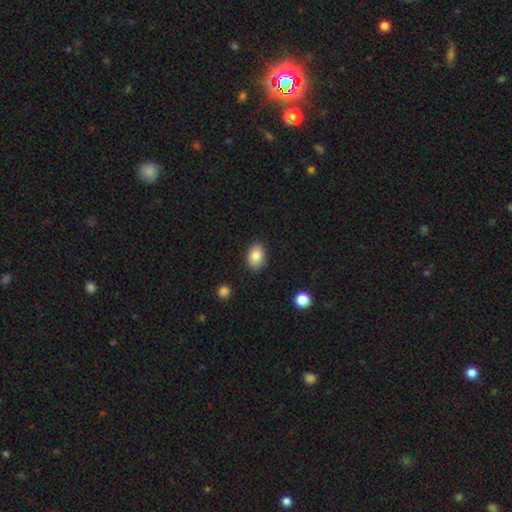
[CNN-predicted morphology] This appears to be a smooth galaxy with no disk features (85%) that is in between round and cigar-shaped (82%). Merging: none (86%).